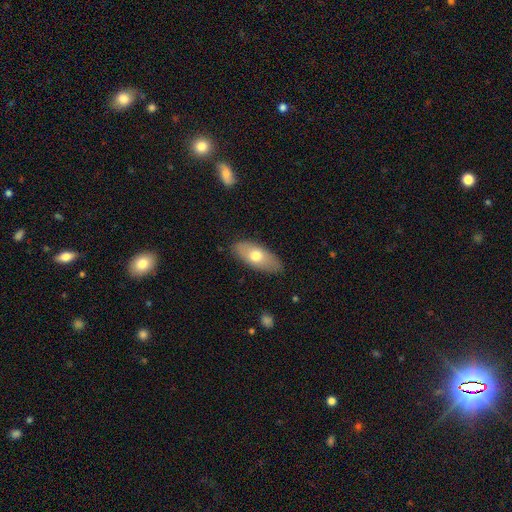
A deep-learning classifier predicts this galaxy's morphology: smooth_or_featured: smooth (p=0.65) [alt: featured or disk p=0.29]
how_rounded: in between (p=0.85) [alt: cigar-shaped p=0.11]
merging: none (p=0.85) [alt: minor disturbance p=0.11]